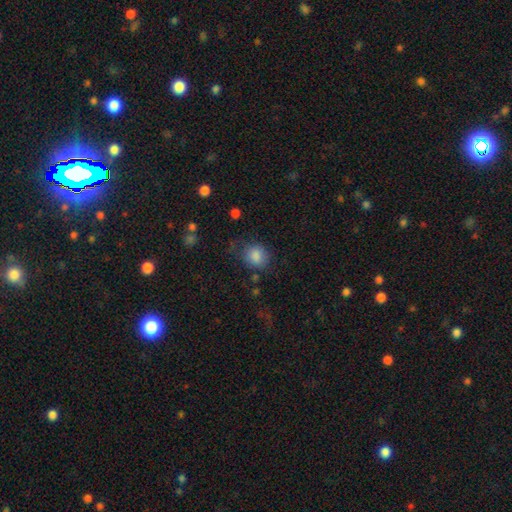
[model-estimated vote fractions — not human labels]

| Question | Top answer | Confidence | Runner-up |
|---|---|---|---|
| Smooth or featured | smooth | 85% | star or artifact (9%) |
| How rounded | round | 72% | in between (28%) |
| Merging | none | 70% | minor disturbance (19%) |